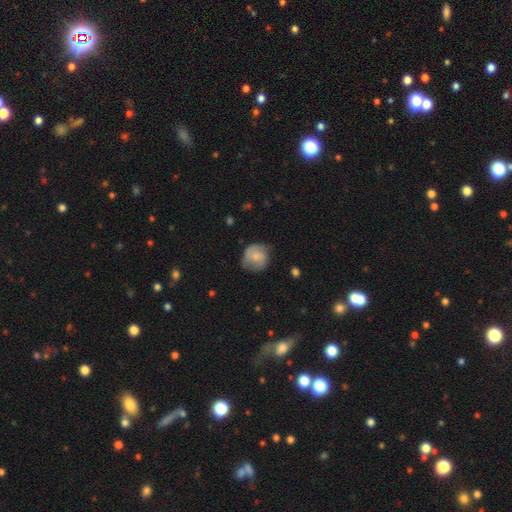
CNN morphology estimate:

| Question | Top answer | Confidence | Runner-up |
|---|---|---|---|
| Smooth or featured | smooth | 51% | featured or disk (41%) |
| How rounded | round | 78% | in between (21%) |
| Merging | none | 58% | minor disturbance (29%) |